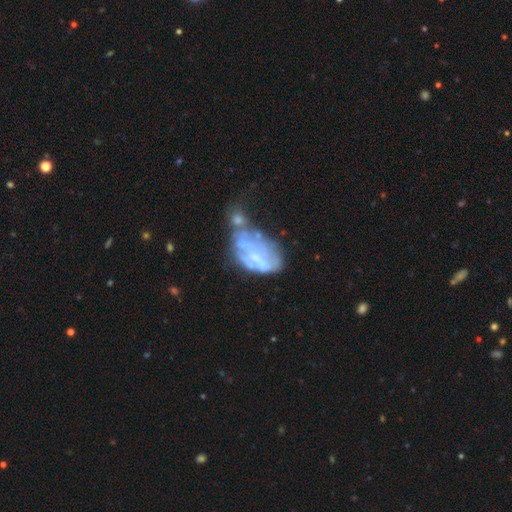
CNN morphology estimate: smooth_or_featured: featured or disk (p=0.63) [alt: smooth p=0.27]
disk_edge_on: no (p=0.96) [alt: yes p=0.04]
bar: no (p=0.69) [alt: weak p=0.22]
has_spiral_arms: no (p=0.69) [alt: yes p=0.31]
bulge_size: none (p=0.42) [alt: small p=0.38]
merging: merger (p=0.34) [alt: major disturbance p=0.27]